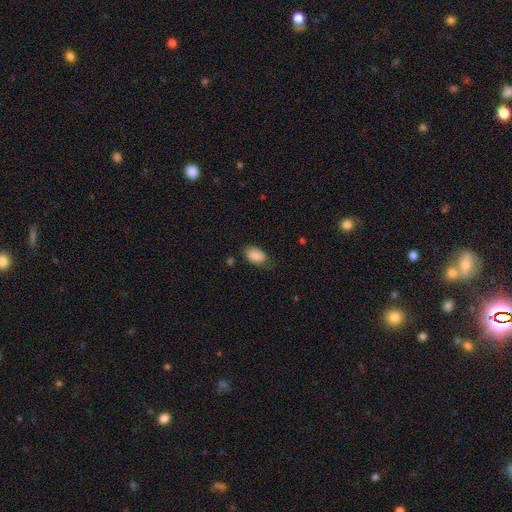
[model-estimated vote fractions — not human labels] This is clearly a smooth galaxy (87%). How rounded: clearly in between (90%). Merging: likely none (65%).